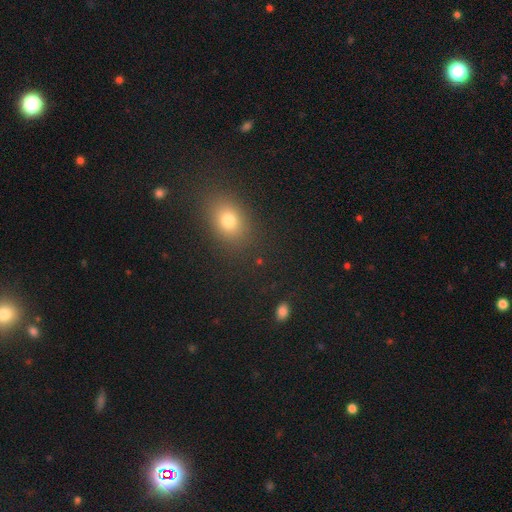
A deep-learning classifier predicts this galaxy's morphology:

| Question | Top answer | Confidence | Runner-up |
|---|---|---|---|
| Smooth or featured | smooth | 69% | star or artifact (23%) |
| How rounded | in between | 59% | round (39%) |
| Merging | none | 89% | minor disturbance (8%) |